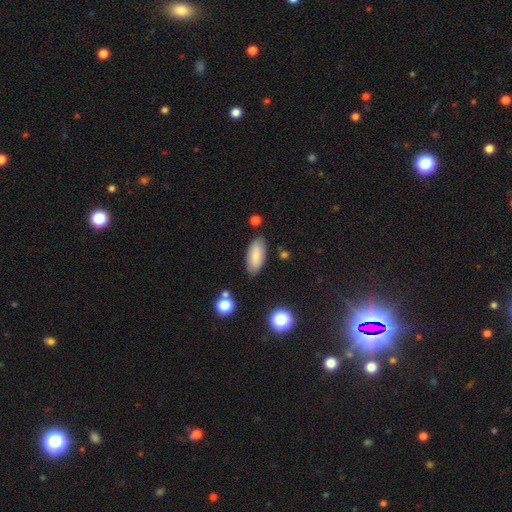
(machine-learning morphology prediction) Q: Smooth or featured?
A: smooth (79%); runner-up: featured or disk (13%)
Q: How rounded?
A: in between (85%); runner-up: cigar-shaped (13%)
Q: Merging?
A: none (82%); runner-up: minor disturbance (12%)